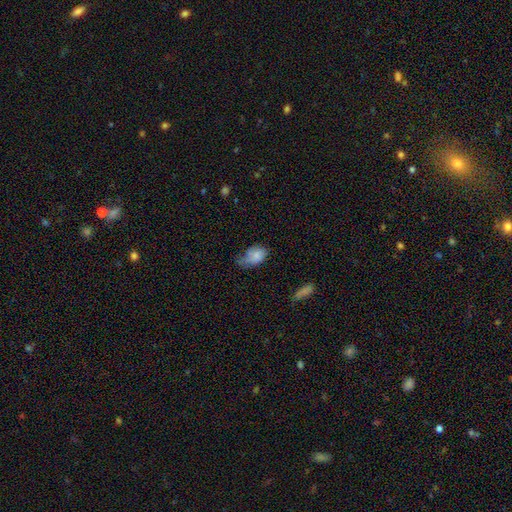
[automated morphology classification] A smooth galaxy with no disk features (79%) that is in between round and cigar-shaped (88%).

Vote fractions:
- Smooth or featured? smooth: 79% / featured or disk: 13% / star or artifact: 8%
- How rounded? in between: 88% / round: 10% / cigar-shaped: 2%
- Merging? minor disturbance: 42% / none: 29% / major disturbance: 26% / merger: 3%